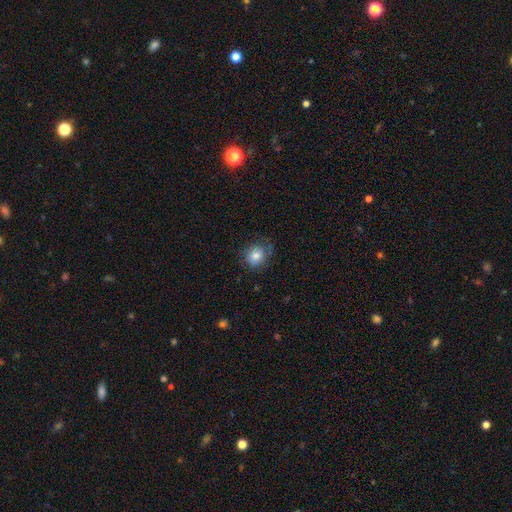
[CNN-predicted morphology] A smooth galaxy with no disk features (69%) that is round (71%).

Vote fractions:
- Smooth or featured? smooth: 69% / featured or disk: 22% / star or artifact: 9%
- How rounded? round: 71% / in between: 28% / cigar-shaped: 1%
- Merging? none: 64% / minor disturbance: 23% / major disturbance: 11% / merger: 1%